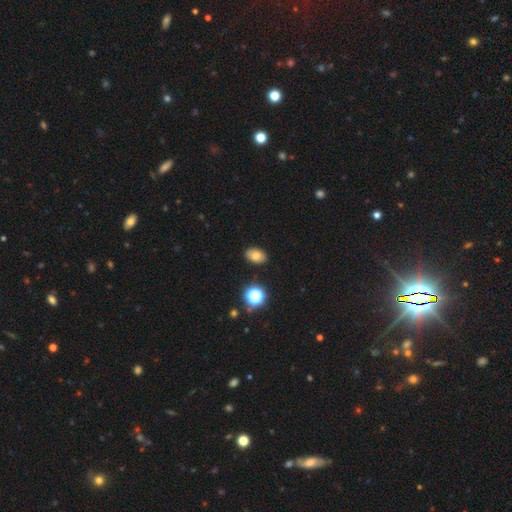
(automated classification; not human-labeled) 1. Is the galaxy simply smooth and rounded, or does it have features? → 76% smooth, 13% star or artifact, 12% featured or disk.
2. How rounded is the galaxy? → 82% in between, 17% round, 1% cigar-shaped.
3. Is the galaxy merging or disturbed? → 88% none, 9% minor disturbance, 2% major disturbance, 2% merger.